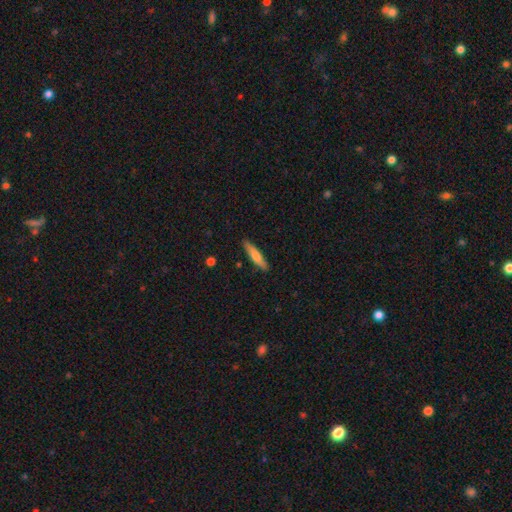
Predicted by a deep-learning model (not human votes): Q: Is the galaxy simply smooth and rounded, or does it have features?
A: smooth — 69%.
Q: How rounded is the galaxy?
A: cigar-shaped — 86%.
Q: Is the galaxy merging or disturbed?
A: none — 87%.